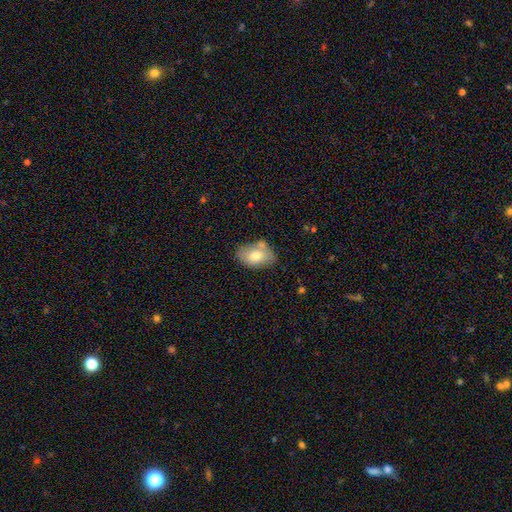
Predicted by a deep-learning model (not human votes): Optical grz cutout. It shows a smooth galaxy with no disk features (71%) that is in between round and cigar-shaped (88%). Merging: none (59%).